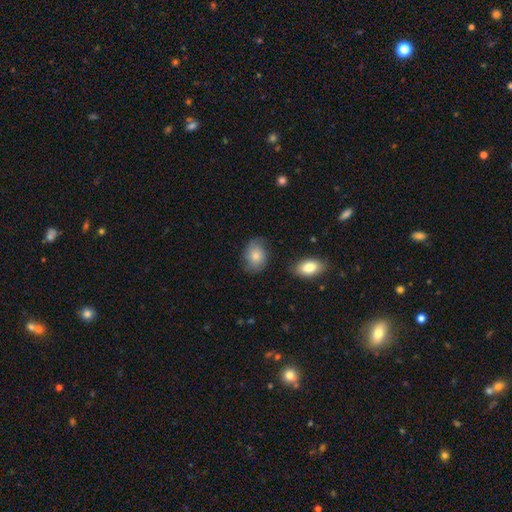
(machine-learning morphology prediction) Smooth or featured: smooth — 77% (featured or disk — 16%)
How rounded: in between — 67% (round — 32%)
Merging: none — 73% (minor disturbance — 20%)